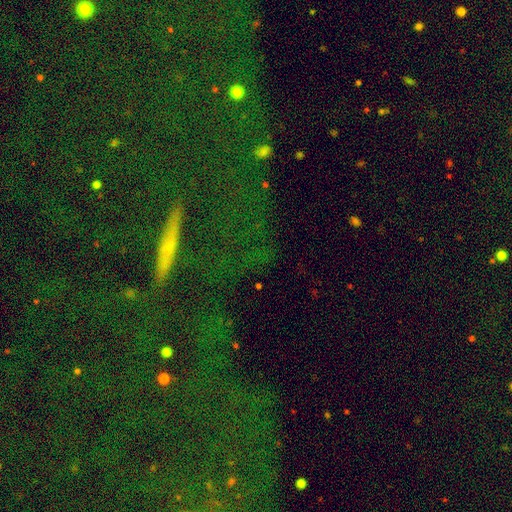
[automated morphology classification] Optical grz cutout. It shows a star or artifact, not a galaxy (46%).